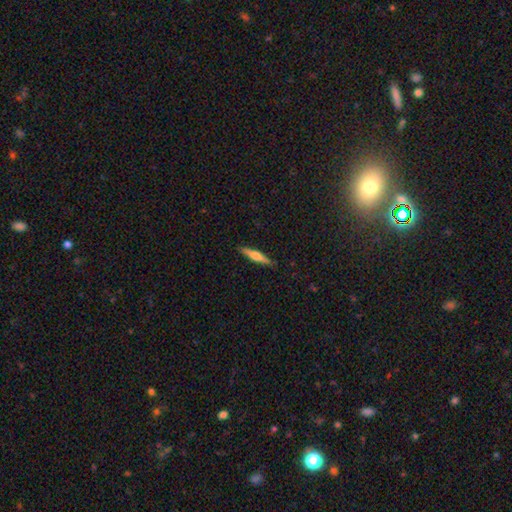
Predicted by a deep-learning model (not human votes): This is possibly a featured or disk galaxy (57%). It is clearly viewed edge-on (97%). Edge-on bulge: clearly rounded (87%). Merging: clearly none (90%).